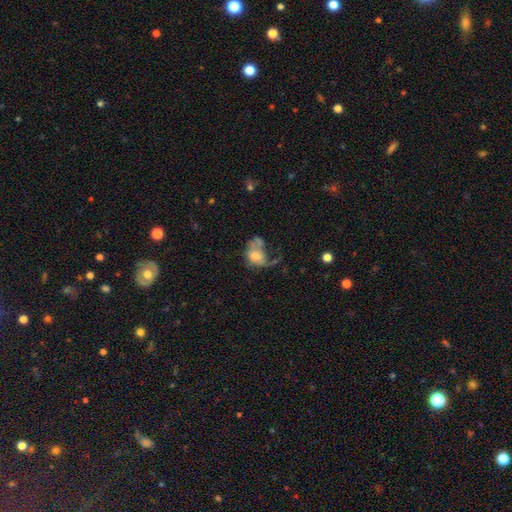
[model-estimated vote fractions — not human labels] Overall: smooth (47%; featured or disk 43%). Merging: major disturbance (48%; merger 19%).